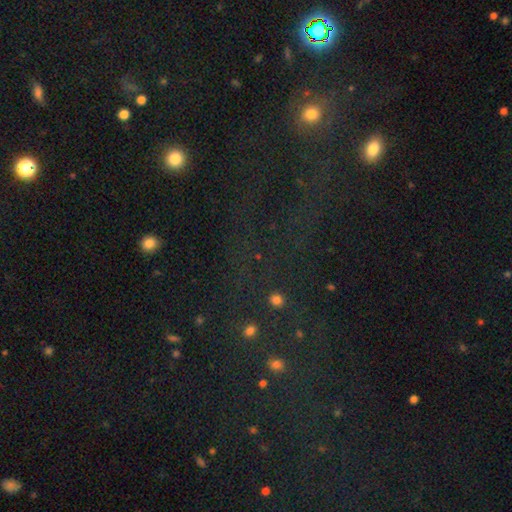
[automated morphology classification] smooth-or-featured: star or artifact: 64% | smooth: 25% | featured or disk: 11%